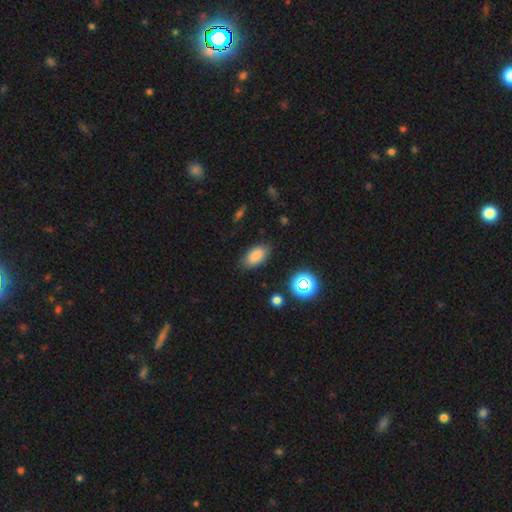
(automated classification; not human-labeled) Smooth or featured? smooth (82%)
How rounded? in between (92%)
Merging? none (83%)